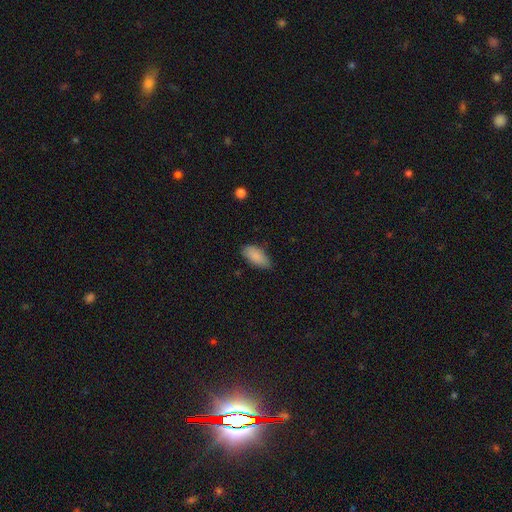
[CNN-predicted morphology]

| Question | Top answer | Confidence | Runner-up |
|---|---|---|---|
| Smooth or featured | smooth | 88% | star or artifact (6%) |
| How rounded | in between | 89% | cigar-shaped (9%) |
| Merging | none | 77% | minor disturbance (19%) |